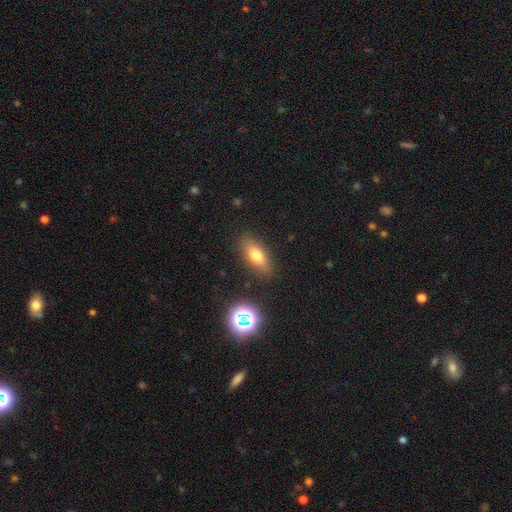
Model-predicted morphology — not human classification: type=smooth (71%); roundness=in between (72%); merging=none (85%).